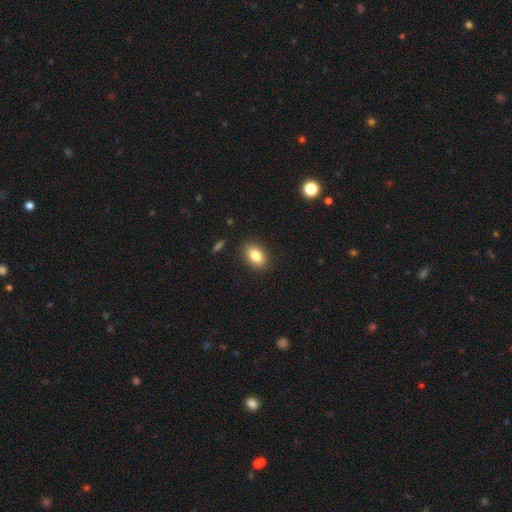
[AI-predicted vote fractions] Smooth or featured: smooth — 83% (featured or disk — 9%)
How rounded: in between — 83% (round — 15%)
Merging: none — 88% (minor disturbance — 9%)